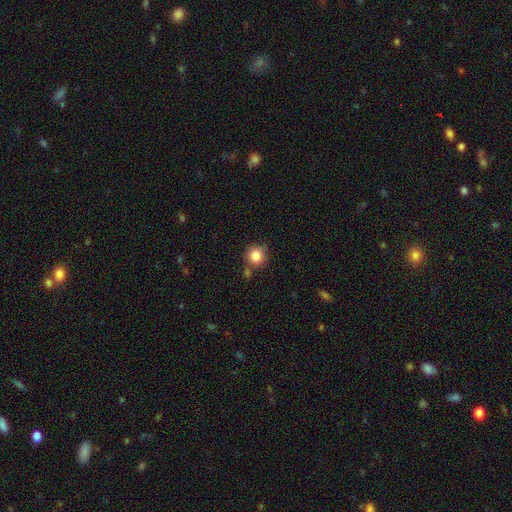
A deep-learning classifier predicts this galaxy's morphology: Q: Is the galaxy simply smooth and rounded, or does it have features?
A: smooth — 84%.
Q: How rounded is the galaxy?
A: round — 91%.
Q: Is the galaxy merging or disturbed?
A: none — 76%.